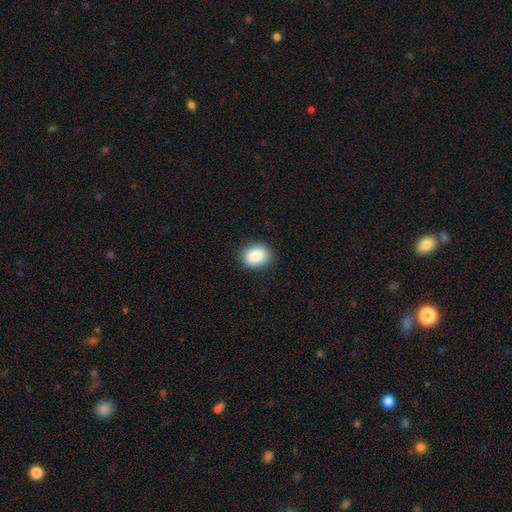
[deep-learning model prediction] The model was most divided on "how rounded": in between: 56%, round: 43%, cigar-shaped: 1%. More confident: smooth or featured — smooth (88%); merging — none (88%).